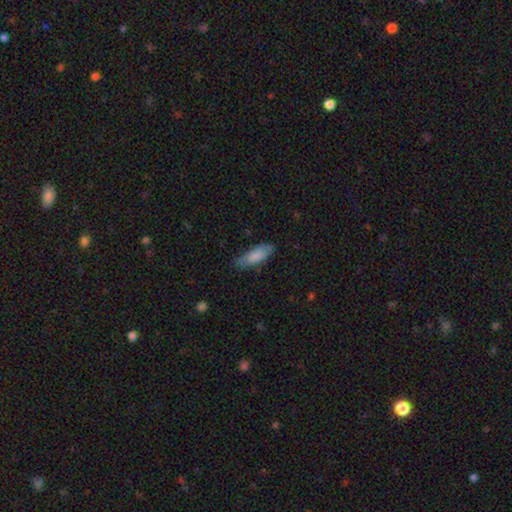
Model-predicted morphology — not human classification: Smooth or featured: smooth — 79% (featured or disk — 15%)
How rounded: in between — 70% (cigar-shaped — 28%)
Merging: none — 71% (minor disturbance — 23%)